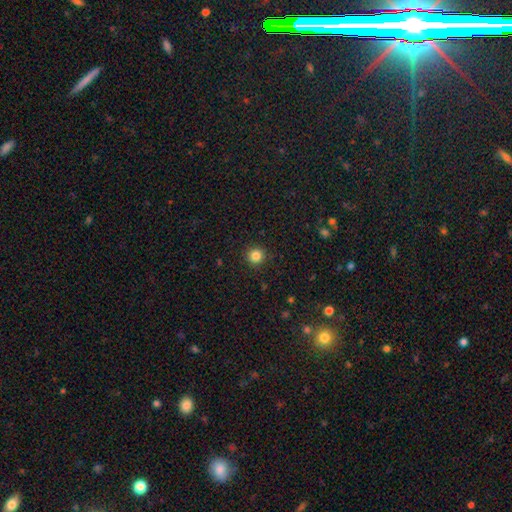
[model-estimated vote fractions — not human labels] The model was most divided on "smooth or featured": smooth: 84%, star or artifact: 12%, featured or disk: 4%. More confident: how rounded — round (94%); merging — none (92%).